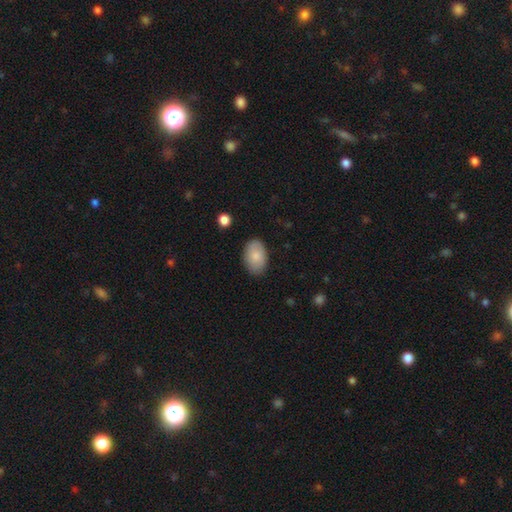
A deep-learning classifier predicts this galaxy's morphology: Smooth or featured? Predicted: smooth (p=0.84). How rounded? Predicted: in between (p=0.90). Merging? Predicted: none (p=0.84).